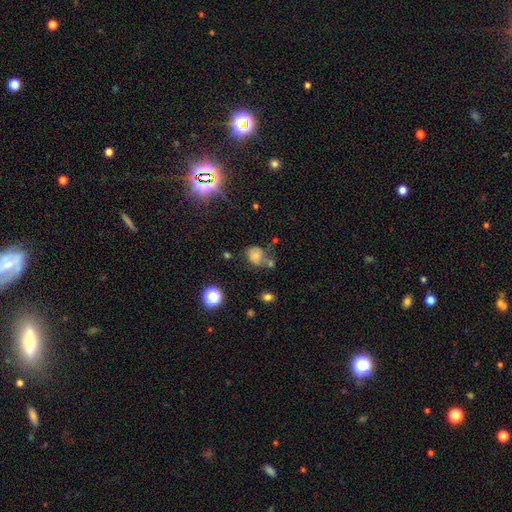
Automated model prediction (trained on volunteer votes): smooth_or_featured: smooth (p=0.66) [alt: star or artifact p=0.19]
how_rounded: round (p=0.58) [alt: in between p=0.40]
merging: none (p=0.48) [alt: minor disturbance p=0.22]